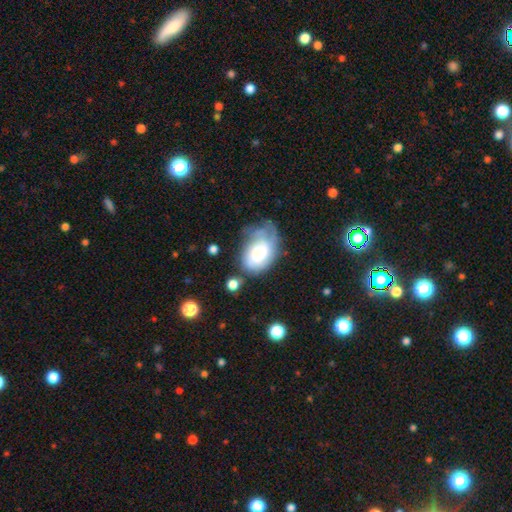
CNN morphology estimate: Smooth or featured?
  - smooth: 46% * (tied)
  - featured or disk: 46% * (tied)
  - star or artifact: 8%
Merging?
  - minor disturbance: 34% *
  - none: 31%
  - major disturbance: 28%
  - merger: 7%